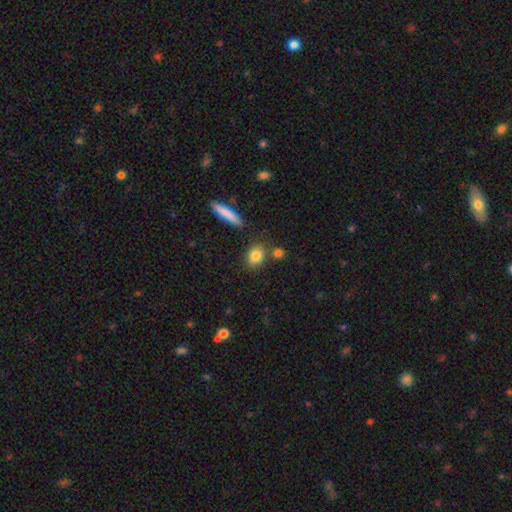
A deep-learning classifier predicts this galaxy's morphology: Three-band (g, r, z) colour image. It shows a smooth galaxy with no disk features (83%) that is in between round and cigar-shaped (50%). Merging: none (74%).